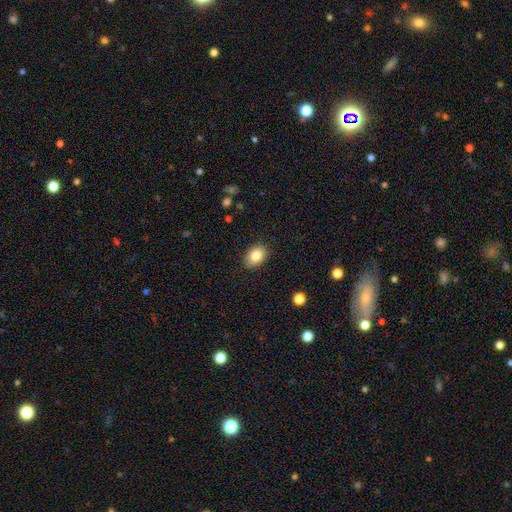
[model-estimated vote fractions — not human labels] Smooth or featured: smooth — 84% (featured or disk — 8%)
How rounded: in between — 81% (round — 18%)
Merging: none — 87% (minor disturbance — 10%)